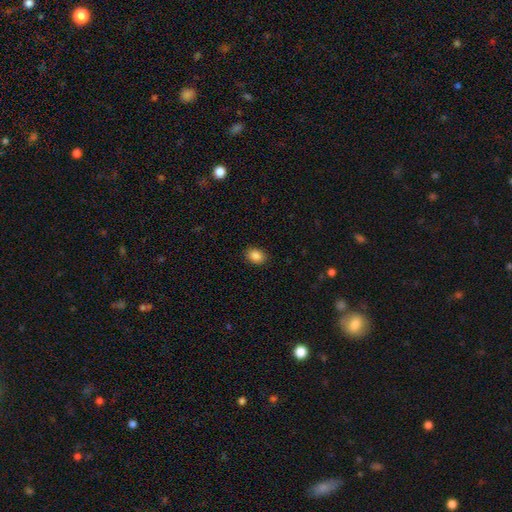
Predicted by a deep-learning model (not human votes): The model was most divided on "how rounded": in between: 65%, round: 34%, cigar-shaped: 1%. More confident: merging — none (89%); smooth or featured — smooth (87%).